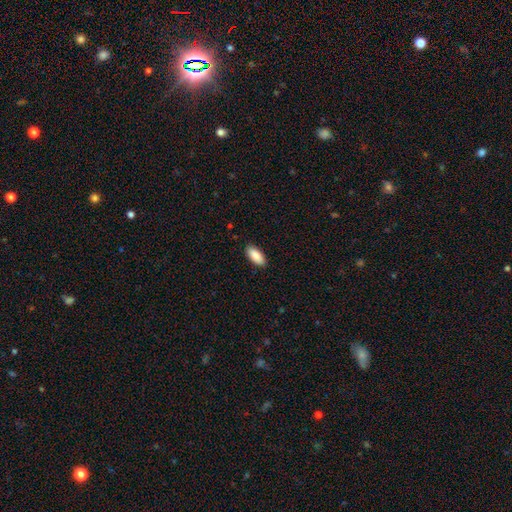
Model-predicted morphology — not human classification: type=smooth (90%); roundness=in between (87%); merging=none (89%).